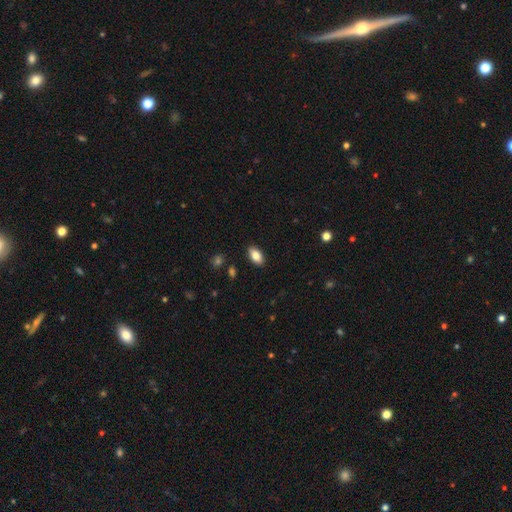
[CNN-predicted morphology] Q: Smooth or featured?
A: smooth (84%); runner-up: featured or disk (9%)
Q: How rounded?
A: in between (92%); runner-up: round (5%)
Q: Merging?
A: none (88%); runner-up: minor disturbance (8%)